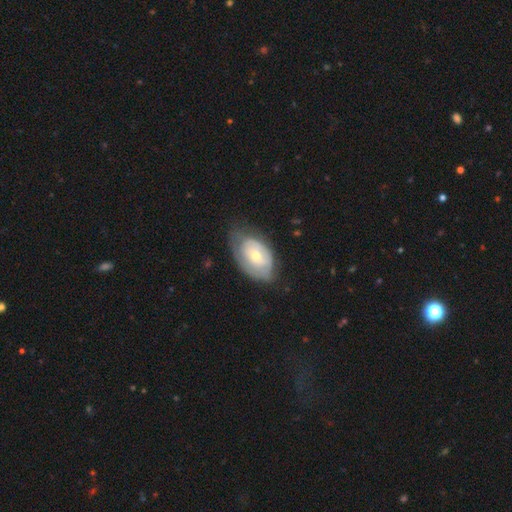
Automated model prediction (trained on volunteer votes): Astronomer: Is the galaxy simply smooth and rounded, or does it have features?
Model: featured or disk — 55% (runner-up: smooth, 39%).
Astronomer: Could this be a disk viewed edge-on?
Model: no — 93%.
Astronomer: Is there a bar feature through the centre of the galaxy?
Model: no — 75%.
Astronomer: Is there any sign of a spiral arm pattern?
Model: yes — 51% (runner-up: no, 49%).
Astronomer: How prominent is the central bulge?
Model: small — 49% (runner-up: moderate, 47%).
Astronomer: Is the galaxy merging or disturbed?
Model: none — 55% (runner-up: minor disturbance, 31%).